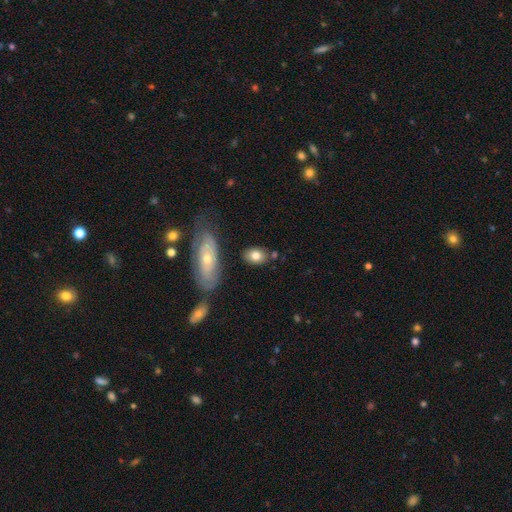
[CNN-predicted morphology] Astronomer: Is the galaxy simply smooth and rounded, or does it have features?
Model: smooth — 76%.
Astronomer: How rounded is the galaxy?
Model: in between — 75%.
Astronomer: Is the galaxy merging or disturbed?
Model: none — 74%.